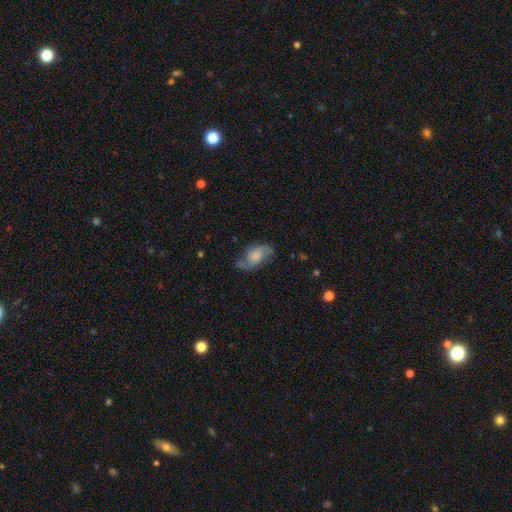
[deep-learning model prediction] Smooth or featured? Predicted: featured or disk (p=0.58). Edge-on disk? Predicted: no (p=0.95). Bar? Predicted: no (p=0.67). Spiral arms? Predicted: yes (p=0.86). Bulge size? Predicted: large (p=0.28, tied with moderate). Merging? Predicted: none (p=0.59).